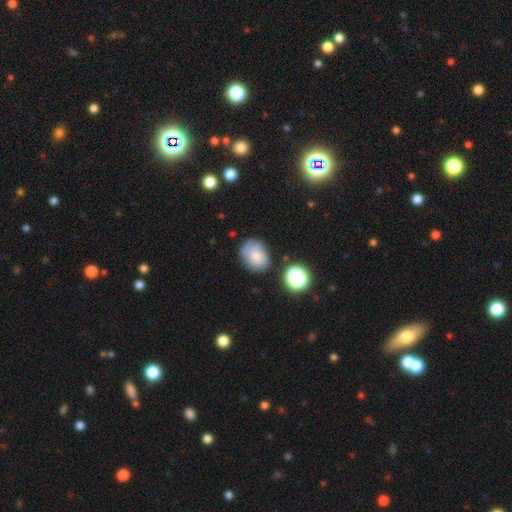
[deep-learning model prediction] This is likely a smooth galaxy (64%). How rounded: possibly in between (57%). Merging: likely none (65%).